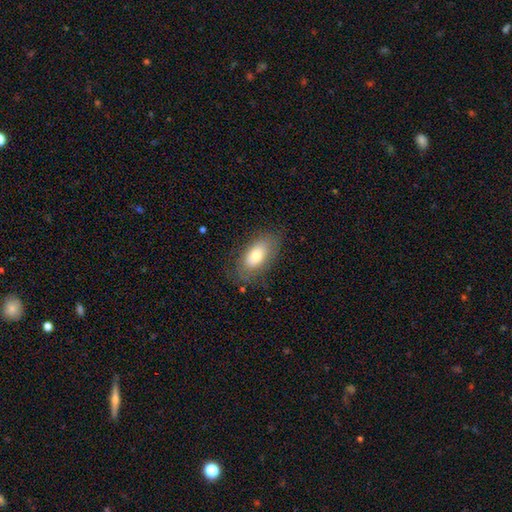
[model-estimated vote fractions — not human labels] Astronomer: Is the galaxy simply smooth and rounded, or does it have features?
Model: smooth — 73%.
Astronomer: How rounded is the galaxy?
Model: in between — 90%.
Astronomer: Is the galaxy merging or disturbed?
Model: none — 75%.